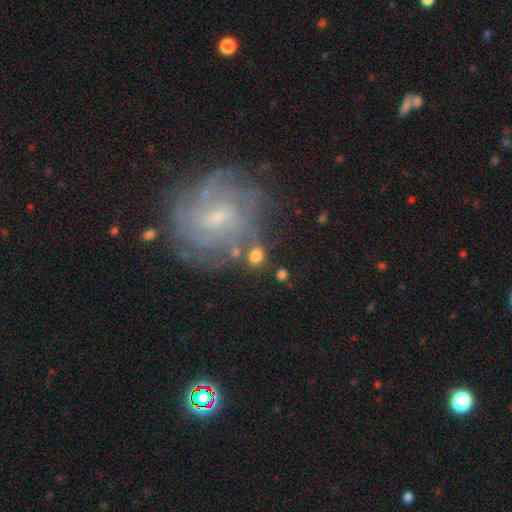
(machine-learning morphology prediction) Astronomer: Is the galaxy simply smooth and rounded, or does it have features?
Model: smooth — 71%.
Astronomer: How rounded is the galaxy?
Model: round — 66%.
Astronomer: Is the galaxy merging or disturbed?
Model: none — 71%.